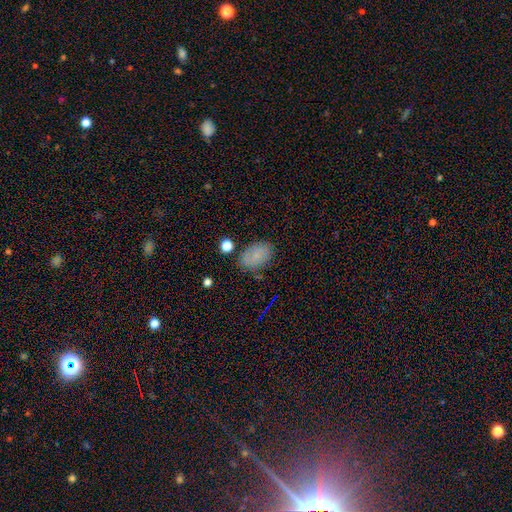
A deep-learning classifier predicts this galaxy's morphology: Smooth or featured? smooth (76%)
How rounded? in between (87%)
Merging? none (75%)